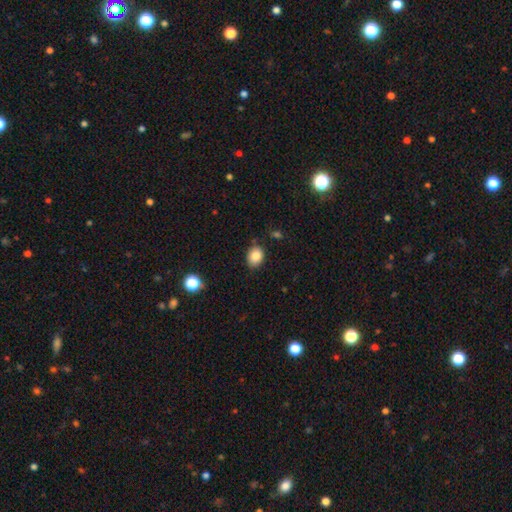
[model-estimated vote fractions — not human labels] smooth-or-featured: smooth: 85% | star or artifact: 9% | featured or disk: 6%
  how-rounded: in between: 58% | round: 41% | cigar-shaped: 1%
  merging: none: 79% | minor disturbance: 16% | major disturbance: 3% | merger: 3%